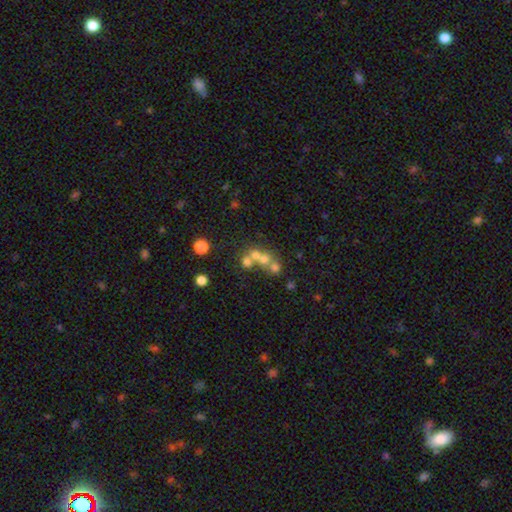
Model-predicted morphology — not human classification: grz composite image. It shows a smooth galaxy with no disk features (52%) that is round (80%). Merging: merger (51%).